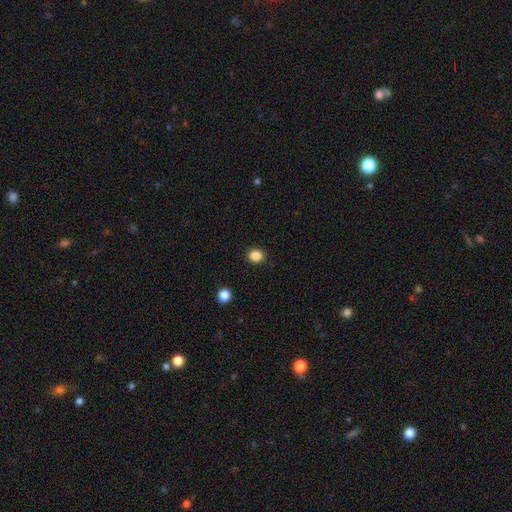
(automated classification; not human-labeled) Overall: smooth (86%). How rounded: round (75%). Merging: none (91%).